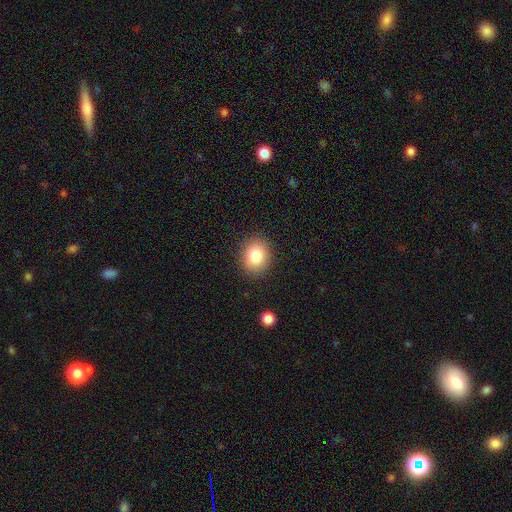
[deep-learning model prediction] A smooth galaxy with no disk features (85%) that is round (57%). Merging: none (88%).